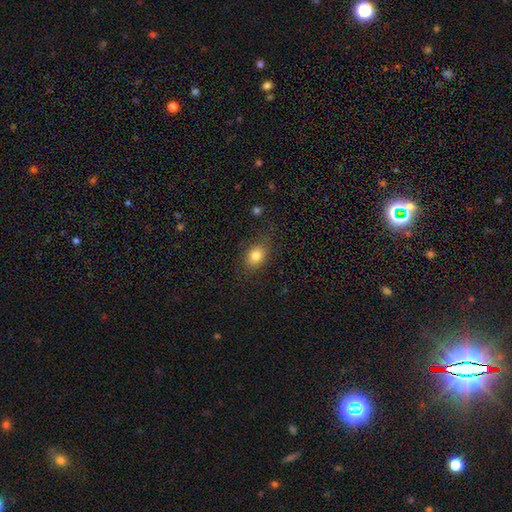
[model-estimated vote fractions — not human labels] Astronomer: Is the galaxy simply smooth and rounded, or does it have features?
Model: smooth — 81%.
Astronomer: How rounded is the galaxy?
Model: in between — 72%.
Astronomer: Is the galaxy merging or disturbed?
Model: none — 76%.